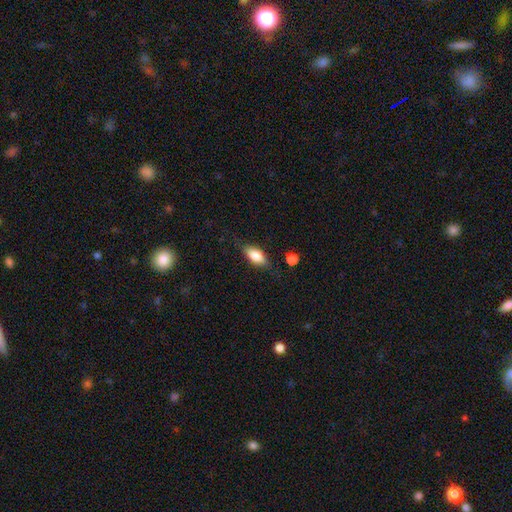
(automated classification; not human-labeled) A smooth galaxy with no disk features (79%) that is in between round and cigar-shaped (86%). Merging: none (71%).